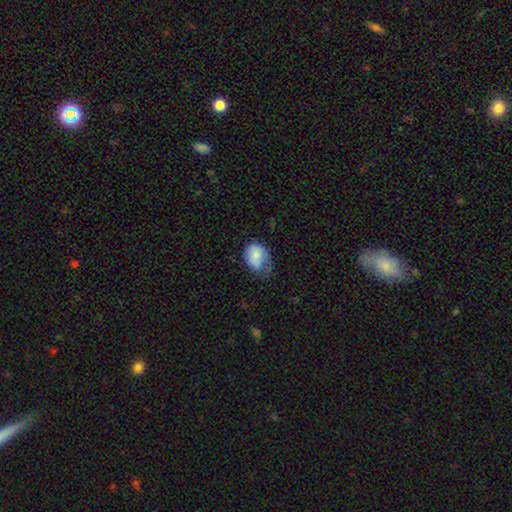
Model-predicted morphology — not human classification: This appears to be a smooth galaxy with no disk features (76%) that is in between round and cigar-shaped (69%). Merging: minor disturbance (38%).